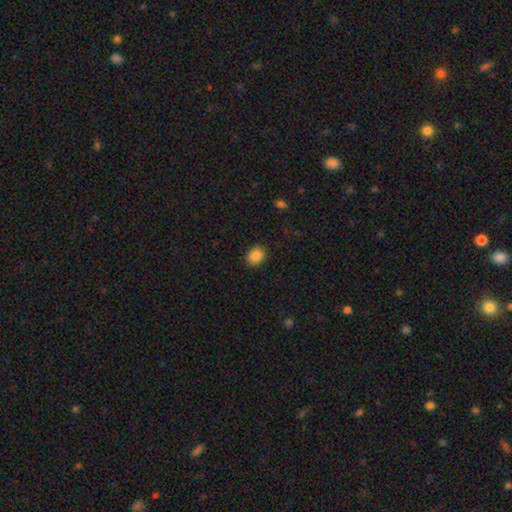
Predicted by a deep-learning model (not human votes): A smooth galaxy with no disk features (86%) that is round (62%). Merging: none (89%).